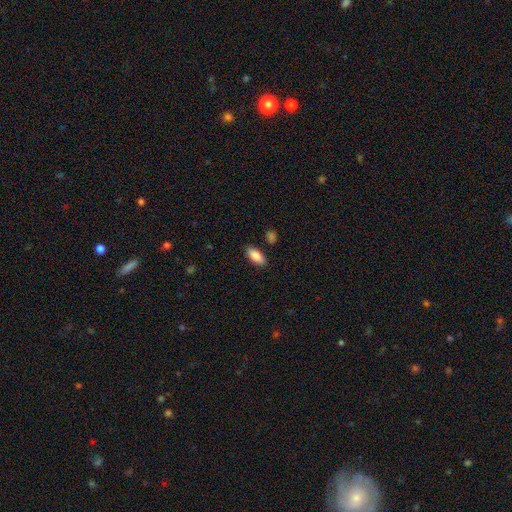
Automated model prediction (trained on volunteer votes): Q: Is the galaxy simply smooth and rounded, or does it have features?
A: smooth — 87%.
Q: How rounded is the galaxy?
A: in between — 86%.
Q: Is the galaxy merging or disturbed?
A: none — 86%.